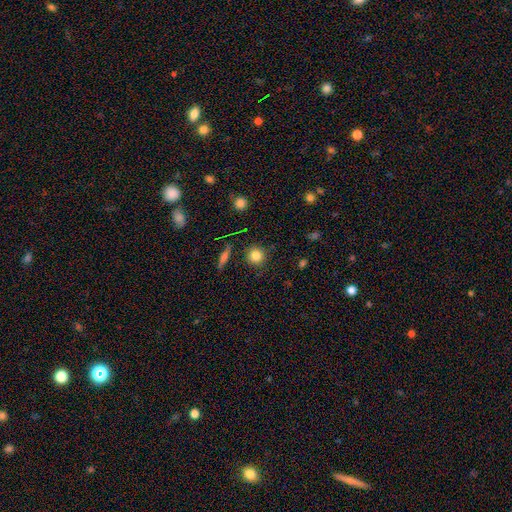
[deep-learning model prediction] smooth_or_featured: smooth (p=0.81) [alt: star or artifact p=0.11]
how_rounded: round (p=0.92) [alt: in between p=0.07]
merging: none (p=0.87) [alt: minor disturbance p=0.08]